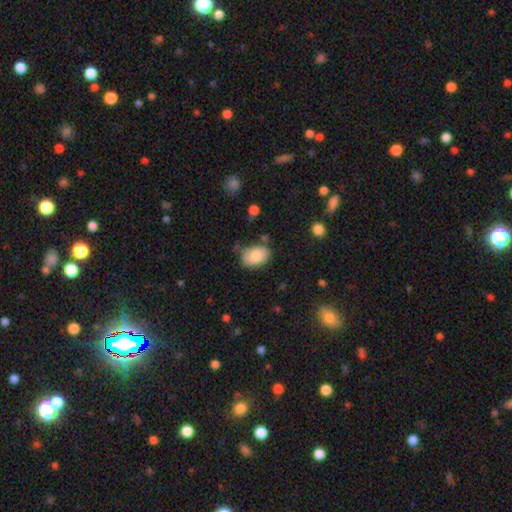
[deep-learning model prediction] The model was most divided on "merging": none: 67%, minor disturbance: 22%, major disturbance: 5%, merger: 5%. More confident: how rounded — in between (84%); smooth or featured — smooth (80%).